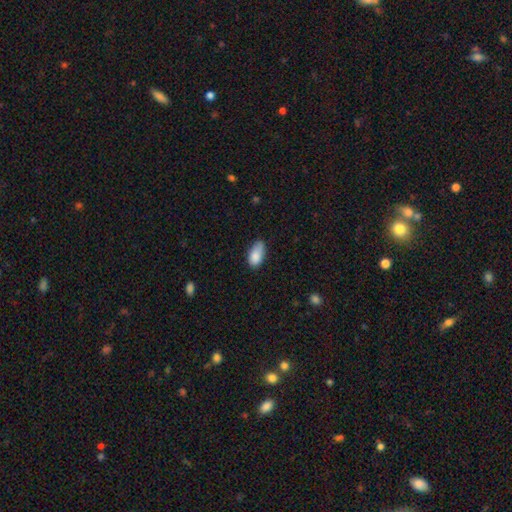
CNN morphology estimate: This appears to be a smooth galaxy with no disk features (85%) that is in between round and cigar-shaped (92%). Merging: none (54%).